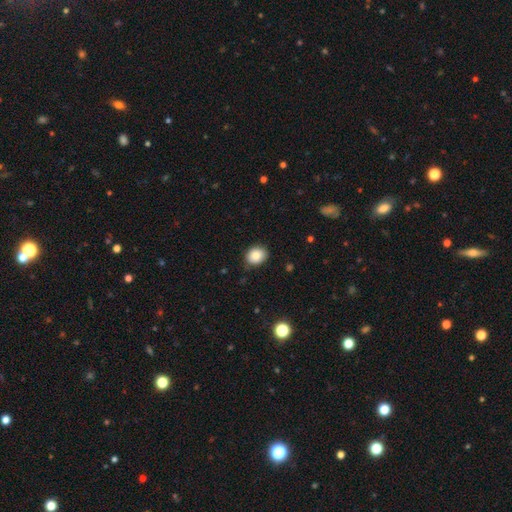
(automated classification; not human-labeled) A smooth galaxy with no disk features (85%) that is round (54%).

Vote fractions:
- Smooth or featured? smooth: 85% / star or artifact: 9% / featured or disk: 6%
- How rounded? round: 54% / in between: 45% / cigar-shaped: 1%
- Merging? none: 81% / minor disturbance: 15% / major disturbance: 3% / merger: 1%